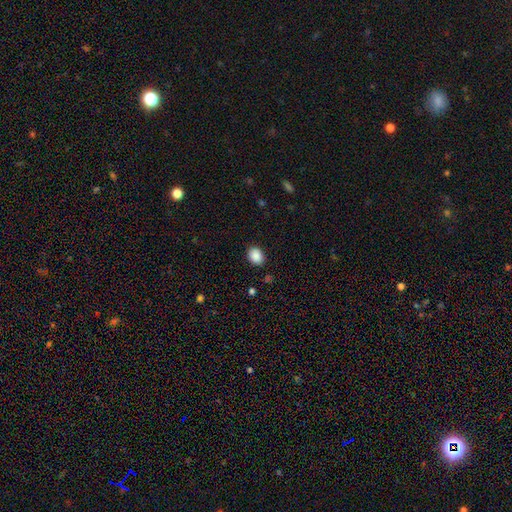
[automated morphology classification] This appears to be a smooth galaxy with no disk features (89%) that is in between round and cigar-shaped (66%). Merging: none (88%).